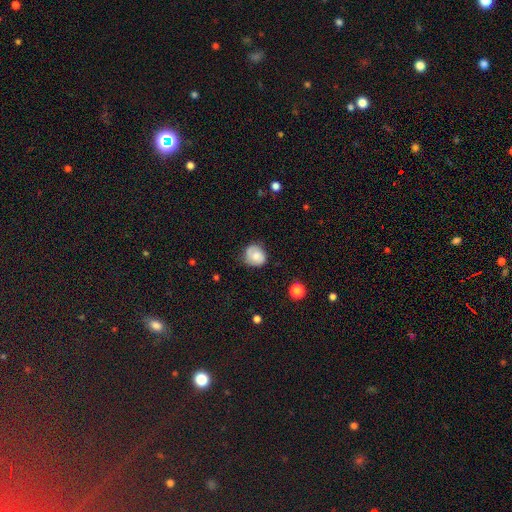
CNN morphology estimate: This is likely a smooth galaxy (66%). How rounded: likely round (71%). Merging: likely none (65%).